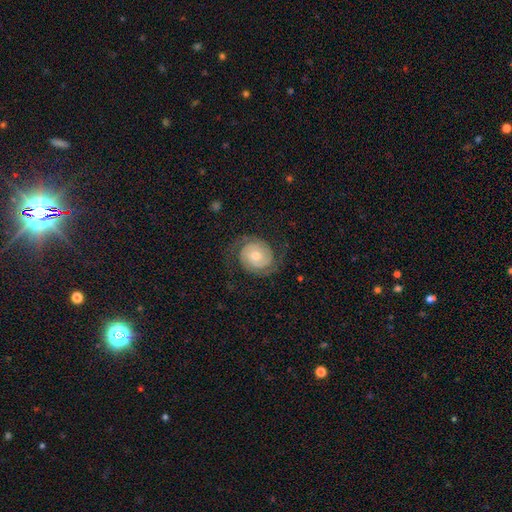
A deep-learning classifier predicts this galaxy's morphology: smooth-or-featured: featured or disk: 83% | smooth: 10% | star or artifact: 7%
  disk-edge-on: no: 98% | yes: 2%
    bar: no: 75% | weak: 20% | strong: 5%
    has-spiral-arms: yes: 96% | no: 4%
      spiral-winding: tight: 59% | medium: 31% | loose: 10%
      spiral-arm-count: 2: 88% | can't tell: 4% | 3: 3% | 1: 2% | 4: 1% | more than 4: 1%
    bulge-size: moderate: 55% | small: 40% | large: 3% | none: 1% | dominant: 1%
  merging: none: 78% | minor disturbance: 12% | major disturbance: 8% | merger: 1%